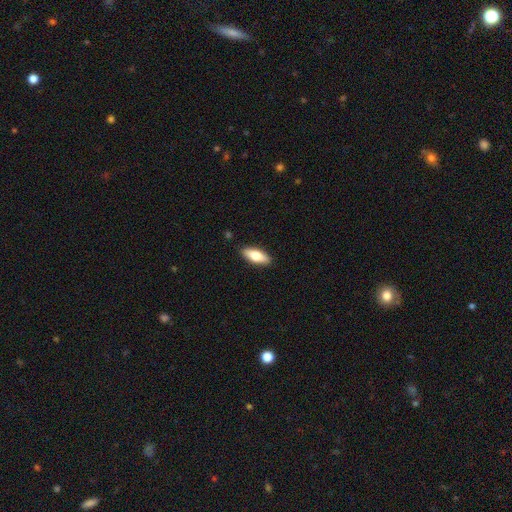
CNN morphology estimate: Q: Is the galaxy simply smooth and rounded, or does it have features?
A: smooth — 71%.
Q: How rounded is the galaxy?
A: in between — 72%.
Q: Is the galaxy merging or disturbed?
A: none — 89%.